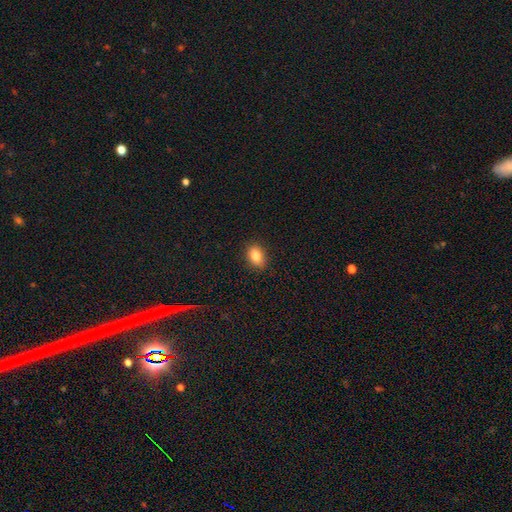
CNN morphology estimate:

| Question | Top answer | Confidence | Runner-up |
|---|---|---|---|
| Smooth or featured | smooth | 83% | star or artifact (9%) |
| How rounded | in between | 79% | round (19%) |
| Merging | none | 89% | minor disturbance (8%) |